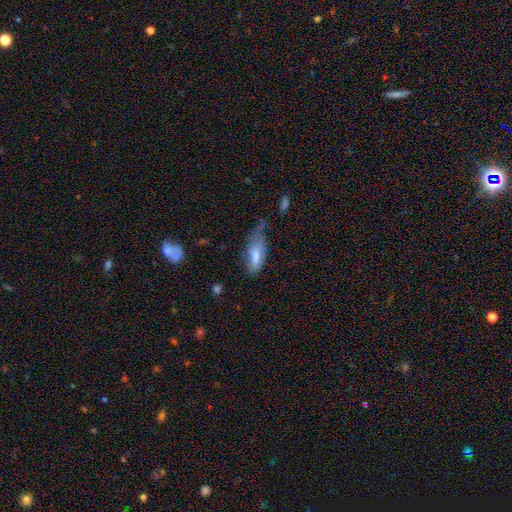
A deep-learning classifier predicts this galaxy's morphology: smooth-or-featured: smooth: 69% | featured or disk: 23% | star or artifact: 8%
  how-rounded: in between: 75% | cigar-shaped: 22% | round: 2%
  merging: minor disturbance: 39% | none: 28% | major disturbance: 28% | merger: 5%